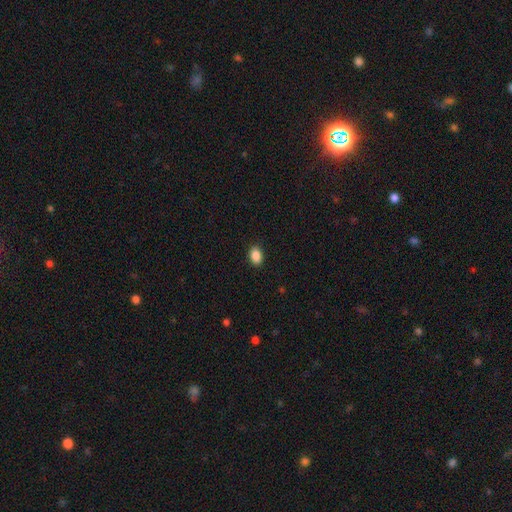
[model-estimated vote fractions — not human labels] Overall: smooth (88%). How rounded: in between (79%). Merging: none (90%).